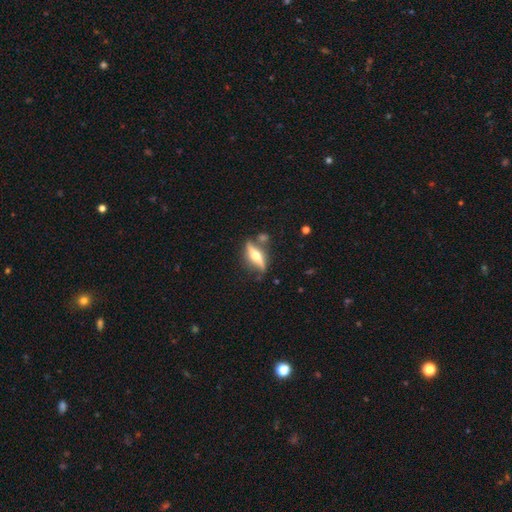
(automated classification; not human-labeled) A featured or disk galaxy (67%) viewed edge-on (87%) with a rounded central bulge (95%). Merging: none (71%).